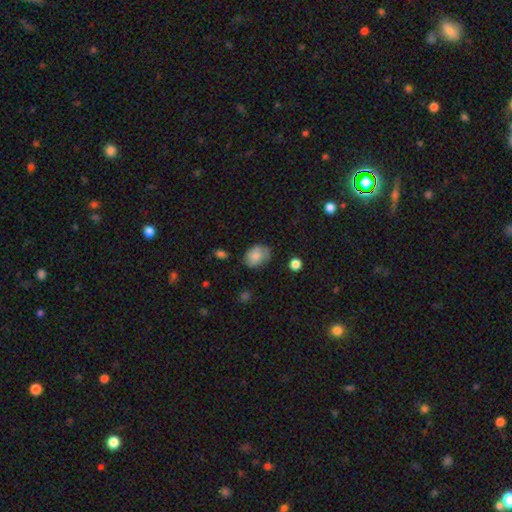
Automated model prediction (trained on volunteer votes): smooth 78%, featured or disk 14%, star or artifact 8%. Down the decision tree: how rounded — in between (67%); merging — none (63%).